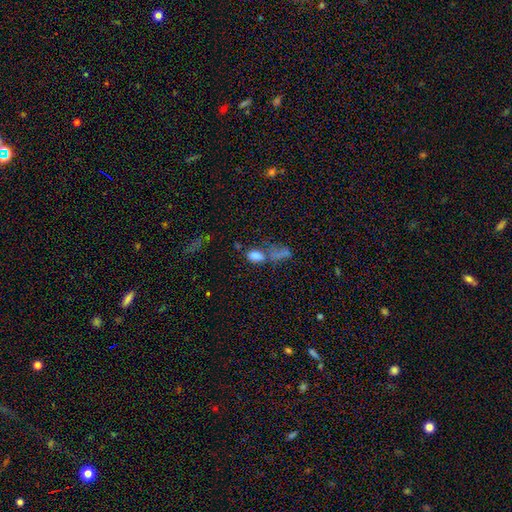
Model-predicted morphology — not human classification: smooth-or-featured: smooth: 74% | star or artifact: 16% | featured or disk: 10%
  how-rounded: in between: 88% | round: 7% | cigar-shaped: 5%
  merging: none: 36% | merger: 35% | minor disturbance: 15% | major disturbance: 14%